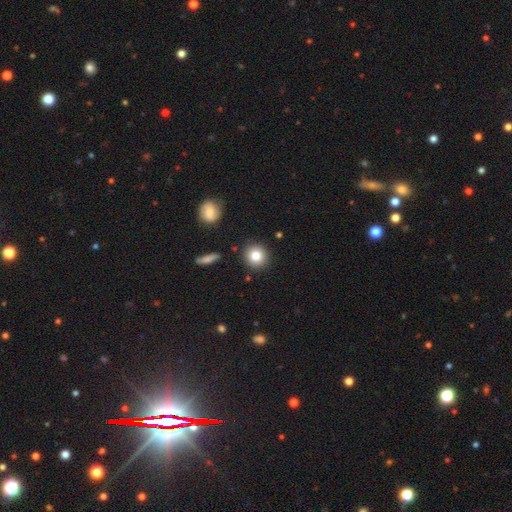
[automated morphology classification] Smooth or featured? smooth (81%)
How rounded? round (92%)
Merging? none (89%)